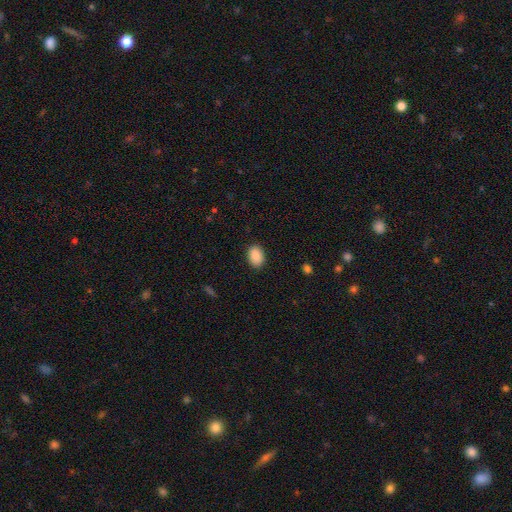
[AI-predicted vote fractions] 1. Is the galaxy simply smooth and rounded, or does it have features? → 90% smooth, 7% star or artifact, 3% featured or disk.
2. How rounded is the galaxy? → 82% in between, 17% round, 1% cigar-shaped.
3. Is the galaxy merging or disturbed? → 89% none, 8% minor disturbance, 2% major disturbance, 1% merger.